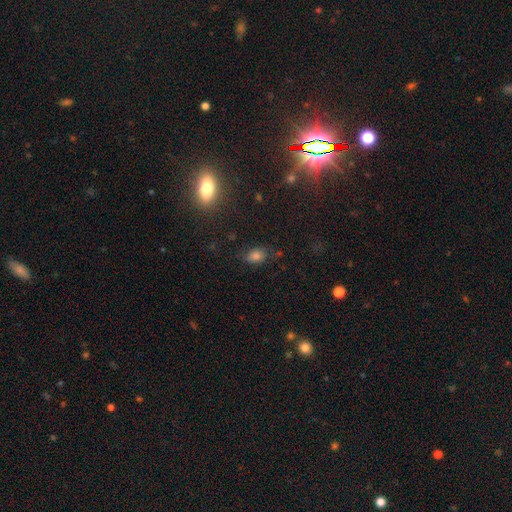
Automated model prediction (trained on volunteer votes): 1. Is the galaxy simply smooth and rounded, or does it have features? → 74% smooth, 17% star or artifact, 8% featured or disk.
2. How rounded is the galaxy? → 76% in between, 22% round, 2% cigar-shaped.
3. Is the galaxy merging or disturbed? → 75% none, 17% minor disturbance, 6% major disturbance, 2% merger.